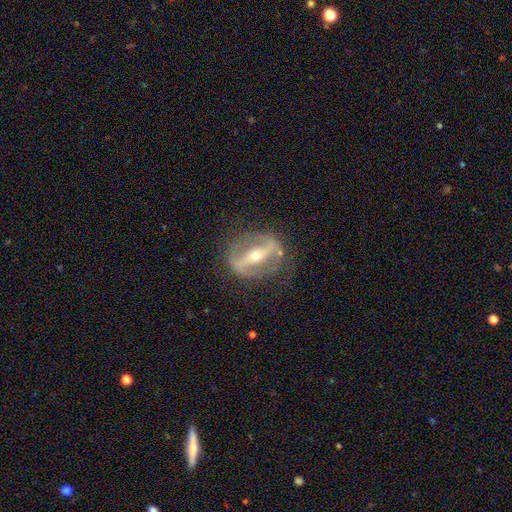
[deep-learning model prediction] This appears to be a featured or disk galaxy (83%) with a strong bar (81%), spiral arms (52%) and a small central bulge (50%). Merging: none (72%).